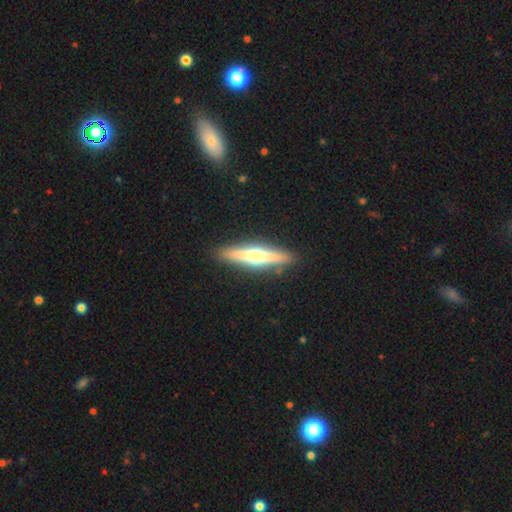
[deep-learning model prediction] smooth_or_featured: featured or disk (p=0.65) [alt: smooth p=0.29]
disk_edge_on: yes (p=0.96) [alt: no p=0.04]
edge_on_bulge: rounded (p=0.92) [alt: boxy p=0.04]
merging: none (p=0.90) [alt: minor disturbance p=0.07]